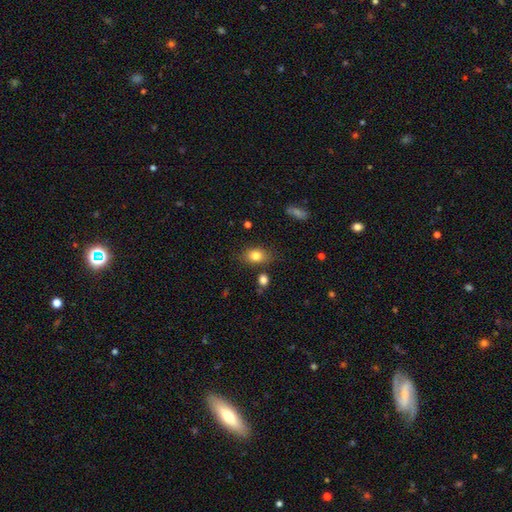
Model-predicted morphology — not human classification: Smooth or featured: smooth — 81% (featured or disk — 9%)
How rounded: in between — 78% (round — 20%)
Merging: none — 77% (minor disturbance — 15%)